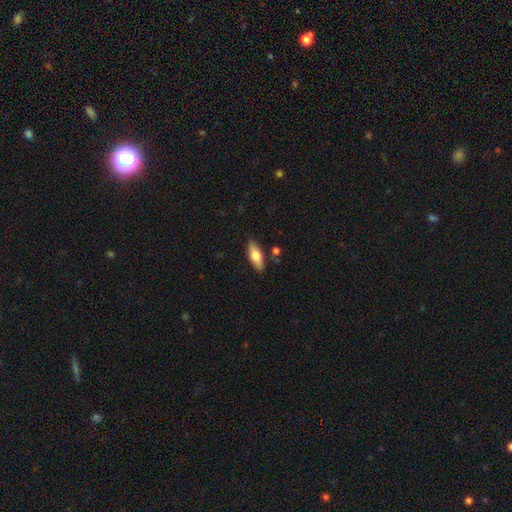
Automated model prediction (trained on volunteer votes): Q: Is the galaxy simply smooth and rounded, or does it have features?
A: smooth — 71%.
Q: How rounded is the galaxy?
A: in between — 73%.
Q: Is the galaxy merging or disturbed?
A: none — 84%.